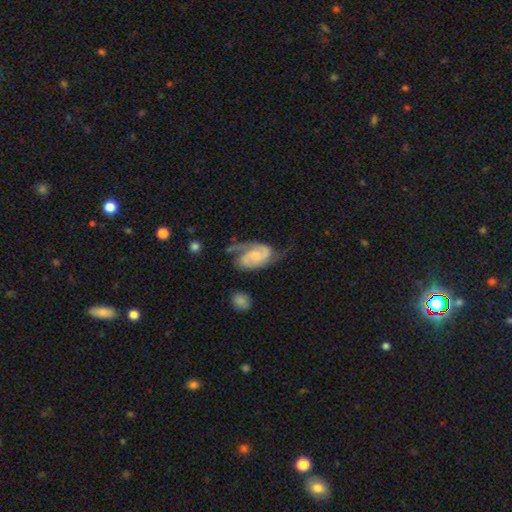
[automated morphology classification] Overall: featured or disk (83%). Edge-on disk: no (97%). Bar: no (51%; weak 41%). Spiral arms: yes (96%). Spiral arm count: 2 (84%). Spiral winding: medium (49%; tight 32%). Bulge size: small (45%; moderate 31%). Merging: none (51%; minor disturbance 26%).